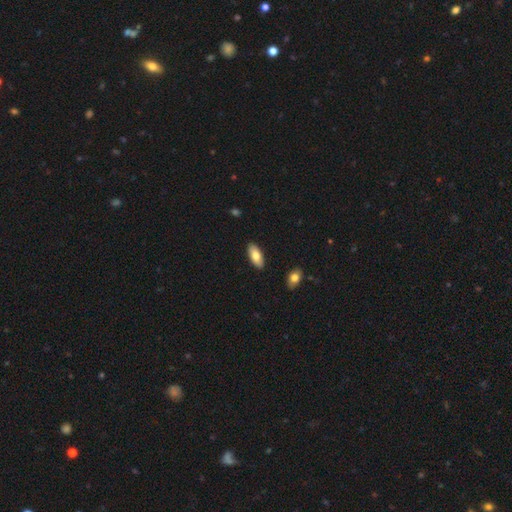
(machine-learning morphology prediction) This appears to be a smooth galaxy with no disk features (77%) that is in between round and cigar-shaped (86%). Merging: none (89%).